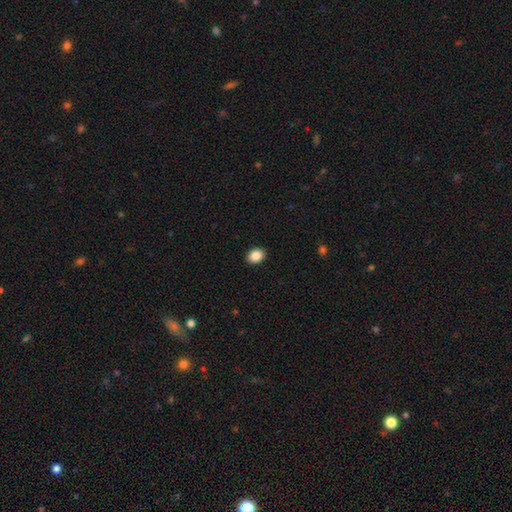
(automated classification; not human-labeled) Morphology: type=smooth (87%); roundness=in between (63%); merging=none (91%).